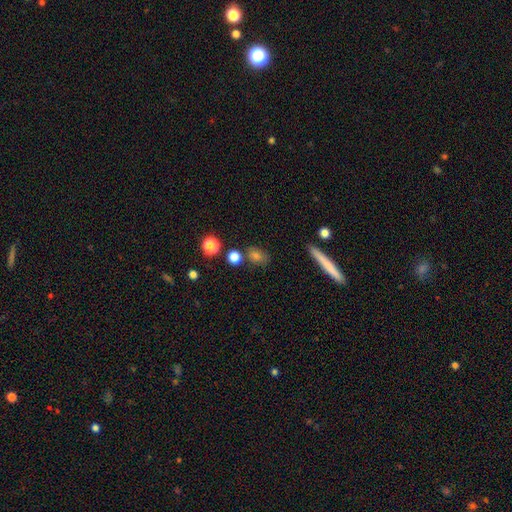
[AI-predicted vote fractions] This is likely a smooth galaxy (77%). How rounded: possibly in between (50%). Merging: likely none (75%).